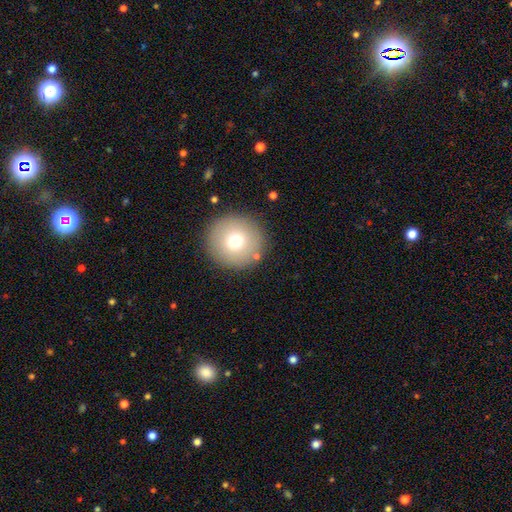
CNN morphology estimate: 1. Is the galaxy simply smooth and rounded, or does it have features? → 72% smooth, 15% featured or disk, 14% star or artifact.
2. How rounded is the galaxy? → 95% round, 4% in between, 1% cigar-shaped.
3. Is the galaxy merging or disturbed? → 90% none, 6% minor disturbance, 2% major disturbance, 2% merger.